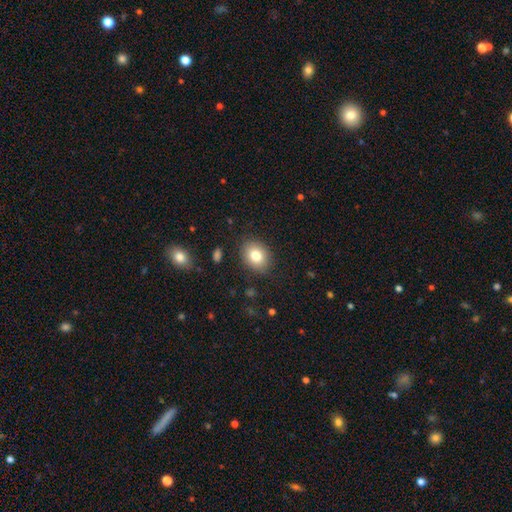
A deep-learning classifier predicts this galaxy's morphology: A smooth galaxy with no disk features (80%) that is in between round and cigar-shaped (52%).

Vote fractions:
- Smooth or featured? smooth: 80% / featured or disk: 10% / star or artifact: 9%
- How rounded? in between: 52% / round: 47% / cigar-shaped: 1%
- Merging? none: 86% / minor disturbance: 10% / major disturbance: 3% / merger: 1%